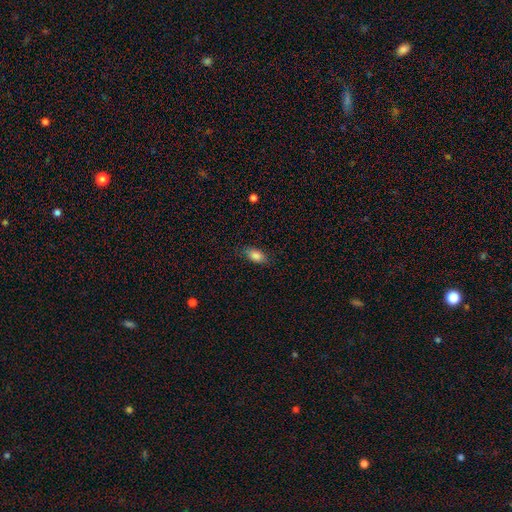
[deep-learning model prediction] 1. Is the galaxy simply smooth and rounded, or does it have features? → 85% smooth, 8% star or artifact, 6% featured or disk.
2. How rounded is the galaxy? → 87% in between, 8% round, 6% cigar-shaped.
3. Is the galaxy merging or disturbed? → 79% none, 15% minor disturbance, 4% major disturbance, 1% merger.